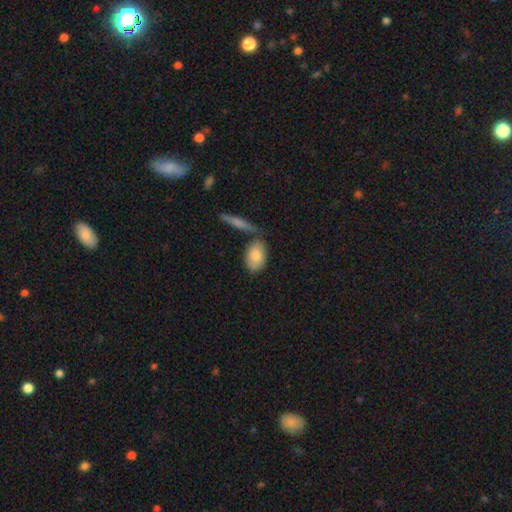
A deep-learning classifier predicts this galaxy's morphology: A smooth galaxy with no disk features (81%) that is in between round and cigar-shaped (85%).

Vote fractions:
- Smooth or featured? smooth: 81% / featured or disk: 13% / star or artifact: 6%
- How rounded? in between: 85% / round: 10% / cigar-shaped: 4%
- Merging? none: 65% / minor disturbance: 16% / merger: 15% / major disturbance: 4%